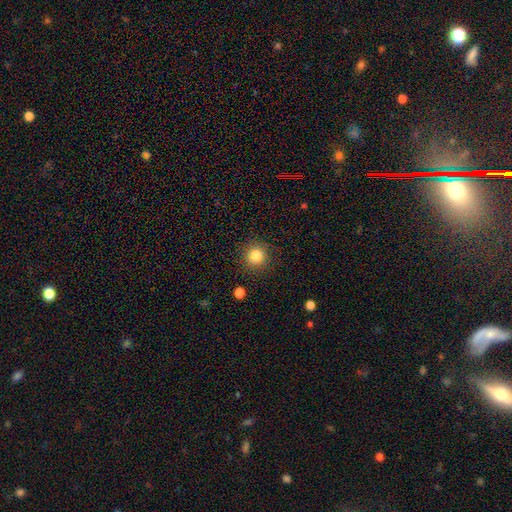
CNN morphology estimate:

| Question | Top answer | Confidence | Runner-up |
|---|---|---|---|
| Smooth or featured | smooth | 84% | star or artifact (11%) |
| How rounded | round | 94% | in between (5%) |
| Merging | none | 90% | minor disturbance (6%) |